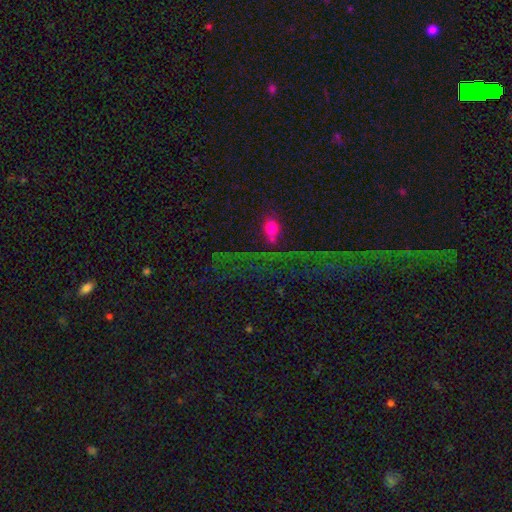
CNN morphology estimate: Smooth or featured? Predicted: star or artifact (p=0.79).